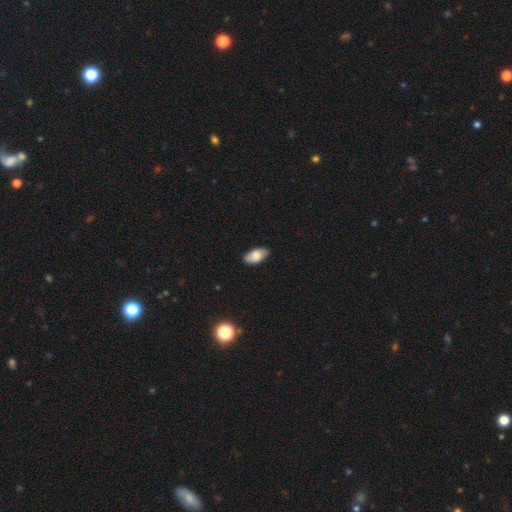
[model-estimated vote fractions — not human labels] Smooth or featured?
  - smooth: 77% *
  - featured or disk: 16%
  - star or artifact: 7%
How rounded?
  - in between: 94% *
  - round: 3%
  - cigar-shaped: 3%
Merging?
  - none: 84% *
  - minor disturbance: 13%
  - major disturbance: 2%
  - merger: 1%